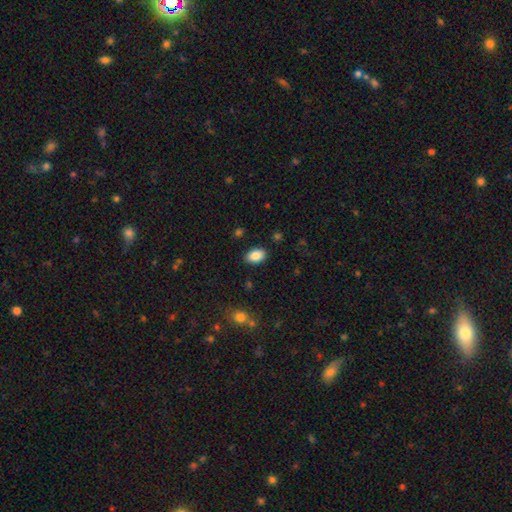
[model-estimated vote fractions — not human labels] Q: Smooth or featured?
A: smooth (87%); runner-up: star or artifact (8%)
Q: How rounded?
A: in between (89%); runner-up: round (10%)
Q: Merging?
A: none (87%); runner-up: minor disturbance (9%)